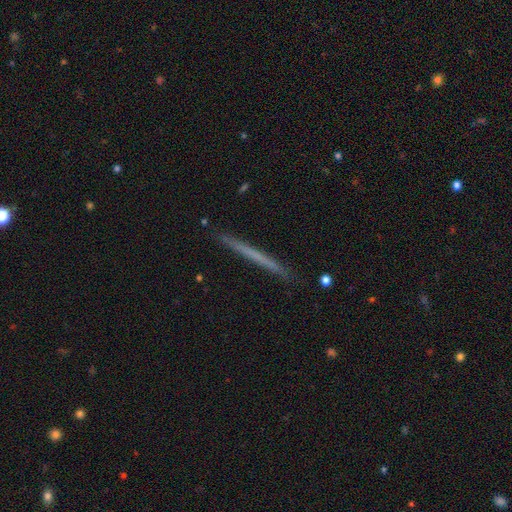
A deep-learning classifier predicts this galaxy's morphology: Smooth or featured? smooth (50%)
How rounded? cigar-shaped (97%)
Merging? none (91%)